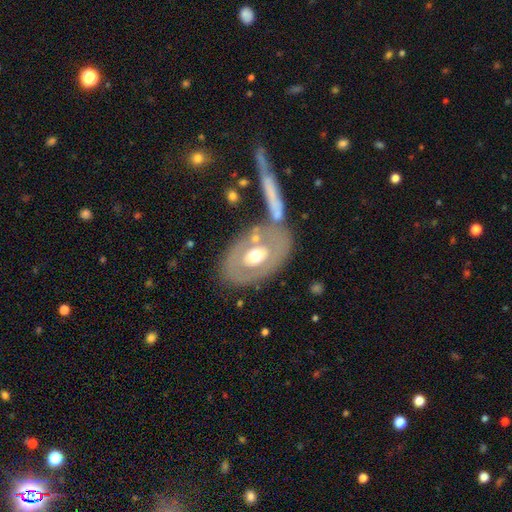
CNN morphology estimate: Smooth or featured? Predicted: featured or disk (p=0.57). Edge-on disk? Predicted: no (p=0.91). Bar? Predicted: no (p=0.85). Spiral arms? Predicted: no (p=0.89). Bulge size? Predicted: moderate (p=0.71). Merging? Predicted: none (p=0.64).